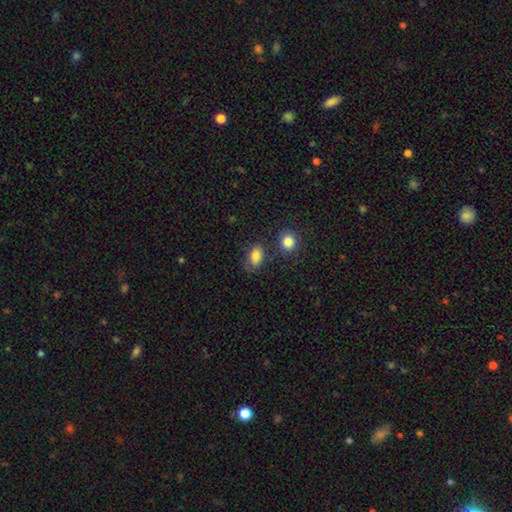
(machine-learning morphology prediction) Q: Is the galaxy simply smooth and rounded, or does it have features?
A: smooth — 84%.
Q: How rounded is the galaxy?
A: in between — 85%.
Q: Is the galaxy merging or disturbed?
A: none — 67%.